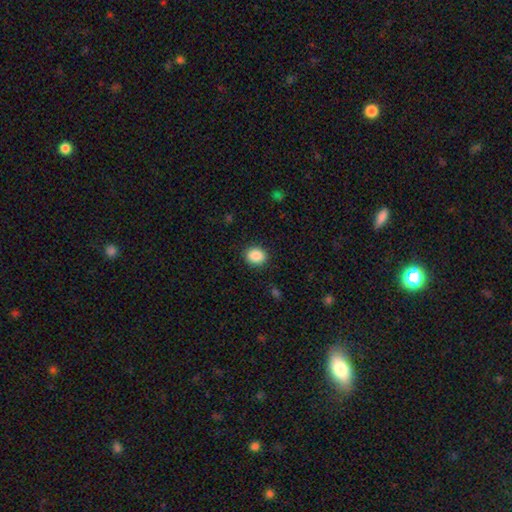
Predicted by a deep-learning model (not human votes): Smooth or featured? smooth (88%)
How rounded? round (58%)
Merging? none (90%)